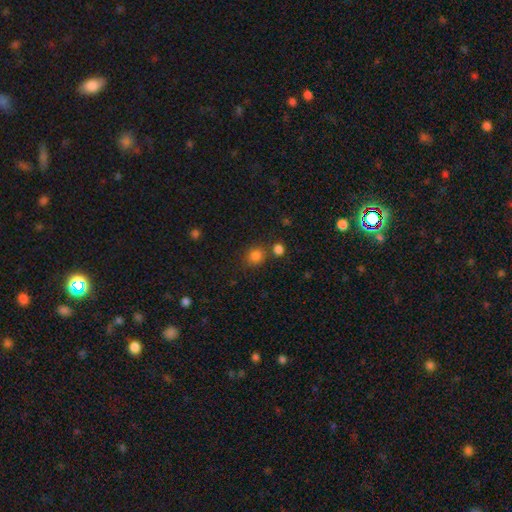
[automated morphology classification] A smooth galaxy with no disk features (83%) that is round (79%). Merging: none (73%).